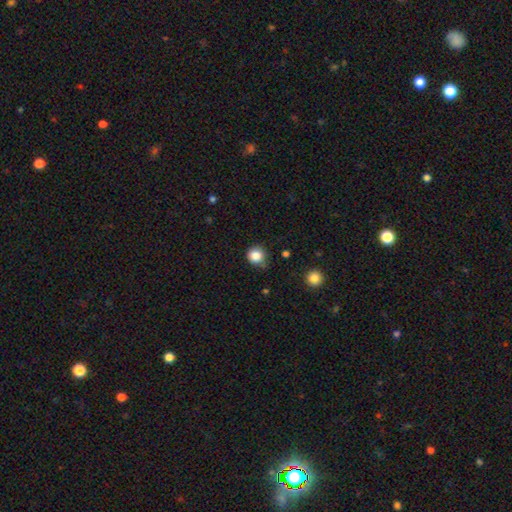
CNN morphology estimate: This is clearly a smooth galaxy (84%). How rounded: clearly round (90%). Merging: likely none (73%).